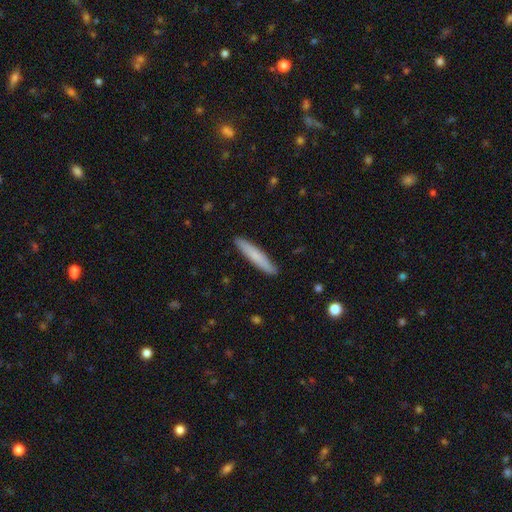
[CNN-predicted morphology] type=smooth (76%); roundness=cigar-shaped (93%); merging=none (91%).